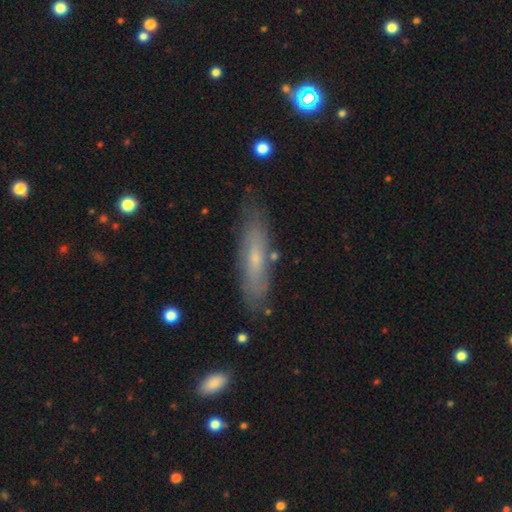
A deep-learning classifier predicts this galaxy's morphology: Smooth or featured? smooth (49%)
Merging? none (80%)